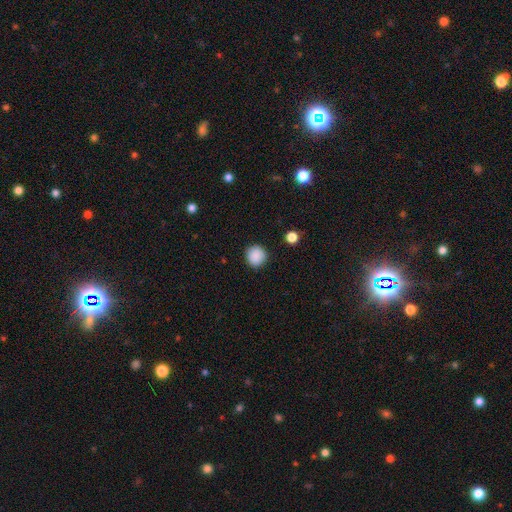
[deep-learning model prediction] smooth 89%, star or artifact 9%, featured or disk 3%. Down the decision tree: how rounded — round (92%); merging — none (90%).